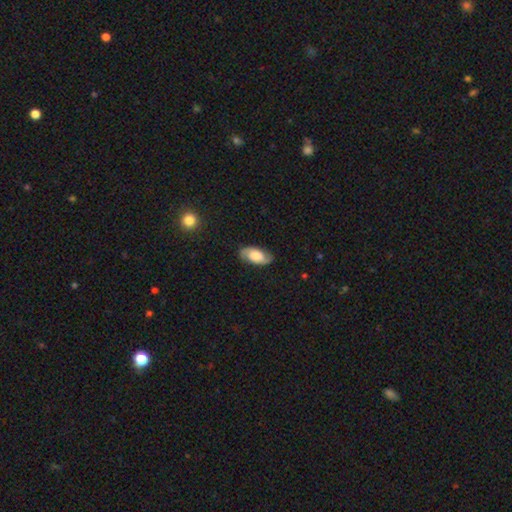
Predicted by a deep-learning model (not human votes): Smooth or featured: smooth — 51% (featured or disk — 42%)
How rounded: in between — 91% (cigar-shaped — 6%)
Merging: none — 80% (minor disturbance — 15%)